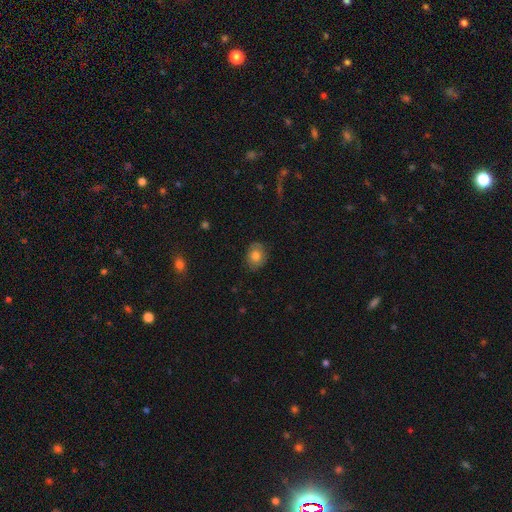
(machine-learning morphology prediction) Q: Smooth or featured?
A: smooth (77%); runner-up: featured or disk (15%)
Q: How rounded?
A: round (54%); runner-up: in between (45%)
Q: Merging?
A: none (82%); runner-up: minor disturbance (14%)